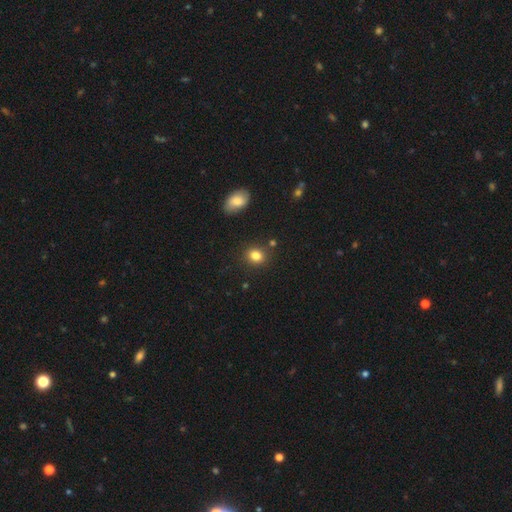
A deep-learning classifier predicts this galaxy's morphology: Q: Smooth or featured?
A: smooth (83%); runner-up: star or artifact (11%)
Q: How rounded?
A: round (67%); runner-up: in between (32%)
Q: Merging?
A: none (84%); runner-up: minor disturbance (9%)